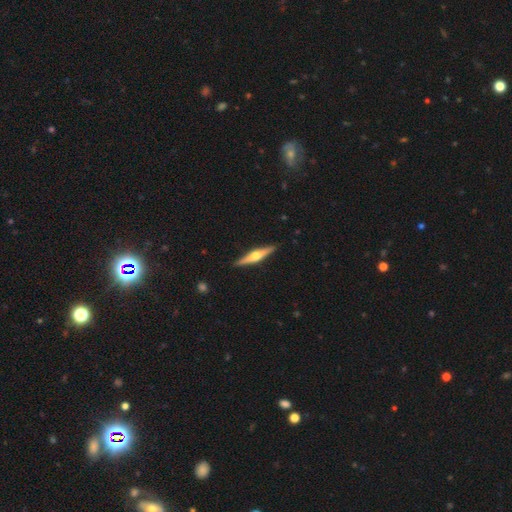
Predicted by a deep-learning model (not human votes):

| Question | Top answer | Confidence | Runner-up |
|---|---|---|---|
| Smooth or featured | featured or disk | 73% | smooth (22%) |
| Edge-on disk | yes | 98% | no (2%) |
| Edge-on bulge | rounded | 94% | boxy (4%) |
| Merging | none | 91% | minor disturbance (7%) |